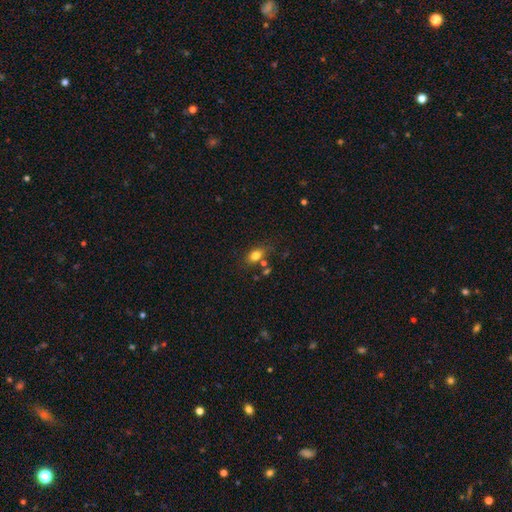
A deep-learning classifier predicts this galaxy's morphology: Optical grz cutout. It shows a smooth galaxy with no disk features (78%) that is in between round and cigar-shaped (75%). Merging: none (67%).